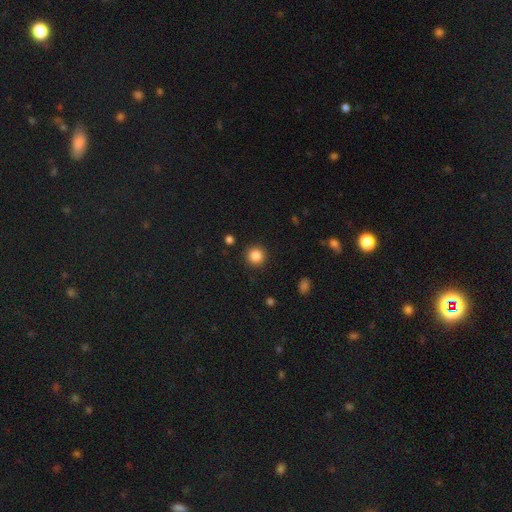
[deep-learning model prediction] A smooth galaxy with no disk features (86%) that is round (95%).

Vote fractions:
- Smooth or featured? smooth: 86% / star or artifact: 11% / featured or disk: 4%
- How rounded? round: 95% / in between: 4% / cigar-shaped: 1%
- Merging? none: 92% / minor disturbance: 5% / major disturbance: 2% / merger: 1%